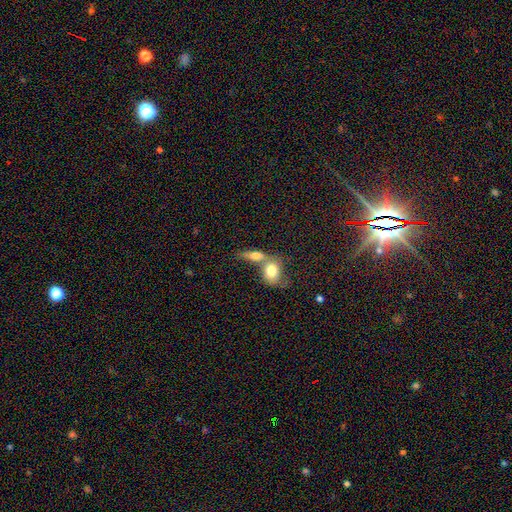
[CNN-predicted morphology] A smooth galaxy with no disk features (69%) that is in between round and cigar-shaped (65%).

Vote fractions:
- Smooth or featured? smooth: 69% / featured or disk: 23% / star or artifact: 8%
- How rounded? in between: 65% / round: 20% / cigar-shaped: 14%
- Merging? merger: 63% / none: 23% / minor disturbance: 8% / major disturbance: 6%